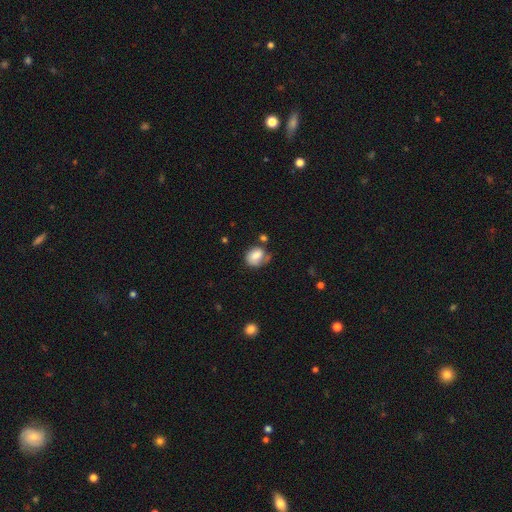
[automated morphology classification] Smooth or featured?
  - smooth: 75% *
  - featured or disk: 17%
  - star or artifact: 8%
How rounded?
  - in between: 57% *
  - round: 42%
  - cigar-shaped: 1%
Merging?
  - none: 42% *
  - minor disturbance: 30%
  - major disturbance: 18%
  - merger: 10%